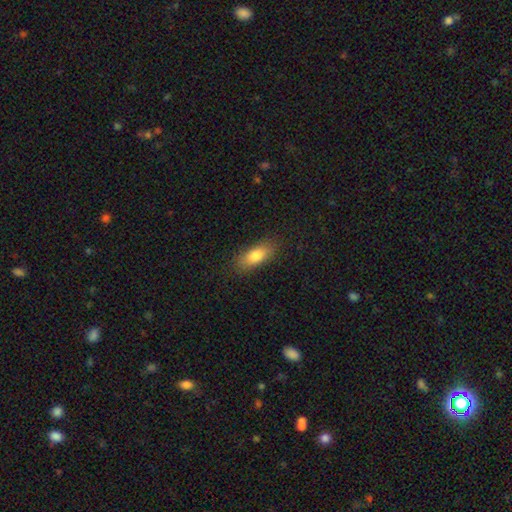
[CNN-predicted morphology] This appears to be a smooth galaxy with no disk features (81%) that is in between round and cigar-shaped (78%). Merging: none (85%).